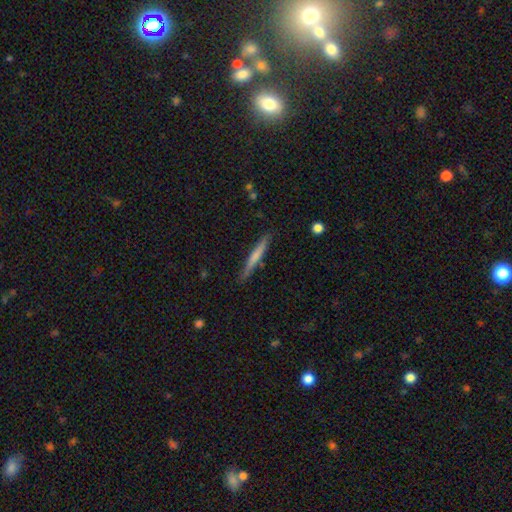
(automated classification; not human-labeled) A smooth galaxy with no disk features (61%) that is cigar-shaped (95%).

Vote fractions:
- Smooth or featured? smooth: 61% / featured or disk: 33% / star or artifact: 6%
- How rounded? cigar-shaped: 95% / in between: 3% / round: 1%
- Merging? none: 85% / minor disturbance: 11% / major disturbance: 2% / merger: 2%